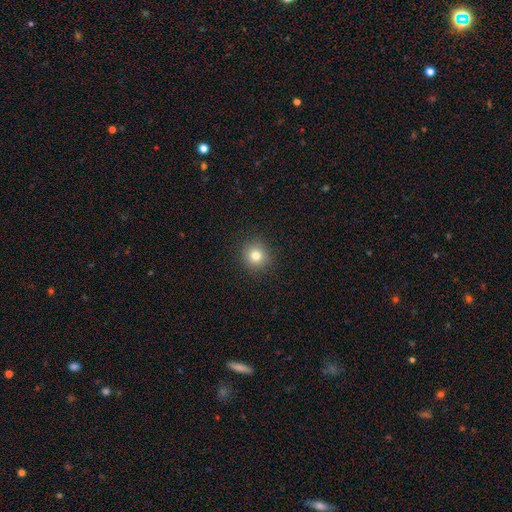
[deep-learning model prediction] A smooth galaxy with no disk features (79%) that is round (93%). Merging: none (91%).